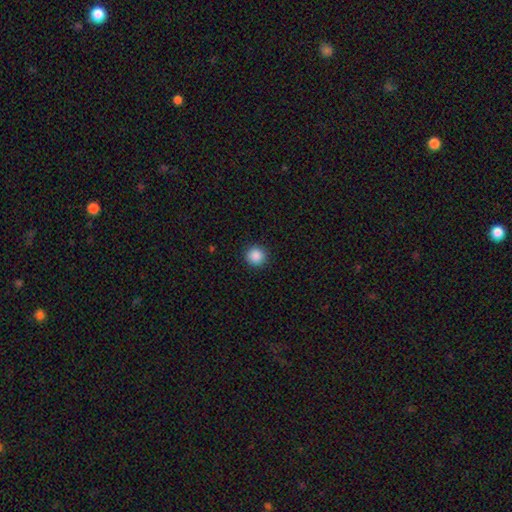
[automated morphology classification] Smooth or featured? Predicted: smooth (p=0.88). How rounded? Predicted: round (p=0.95). Merging? Predicted: none (p=0.92).